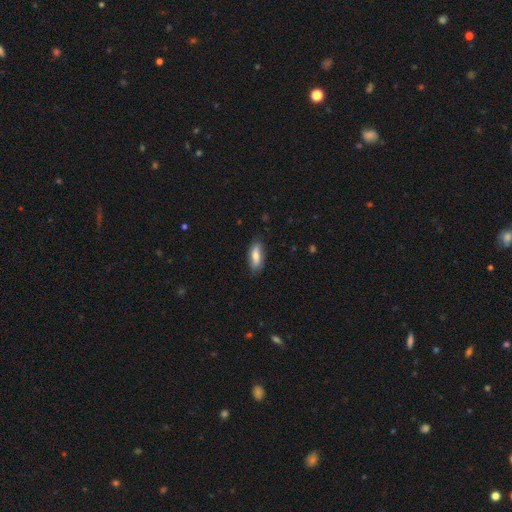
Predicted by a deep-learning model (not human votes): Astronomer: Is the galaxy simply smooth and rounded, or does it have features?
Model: smooth — 71%.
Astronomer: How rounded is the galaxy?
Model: in between — 74%.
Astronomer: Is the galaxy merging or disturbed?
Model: none — 82%.